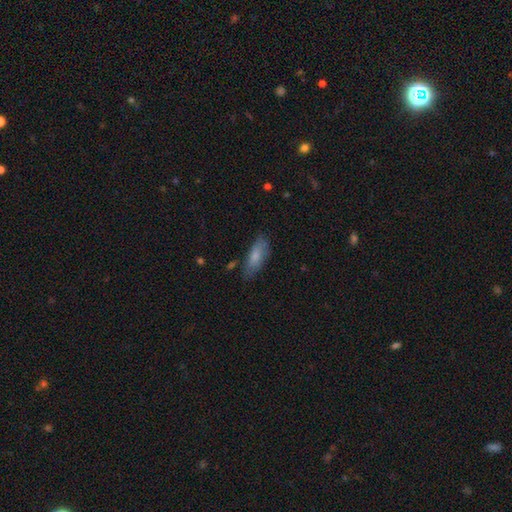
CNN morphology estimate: Overall: smooth (74%). How rounded: in between (68%; cigar-shaped 29%). Merging: none (70%).